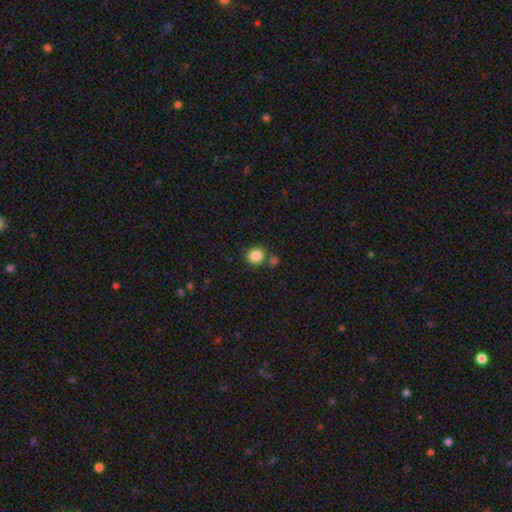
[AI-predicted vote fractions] This is clearly a smooth galaxy (86%). How rounded: clearly round (84%). Merging: likely none (74%).